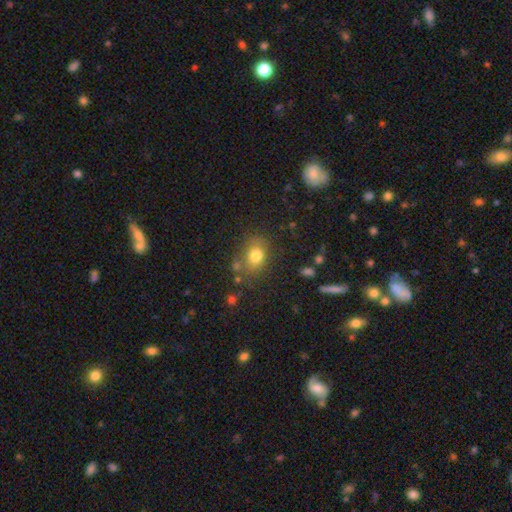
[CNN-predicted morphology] Smooth or featured? Predicted: smooth (p=0.77). How rounded? Predicted: in between (p=0.54). Merging? Predicted: none (p=0.70).